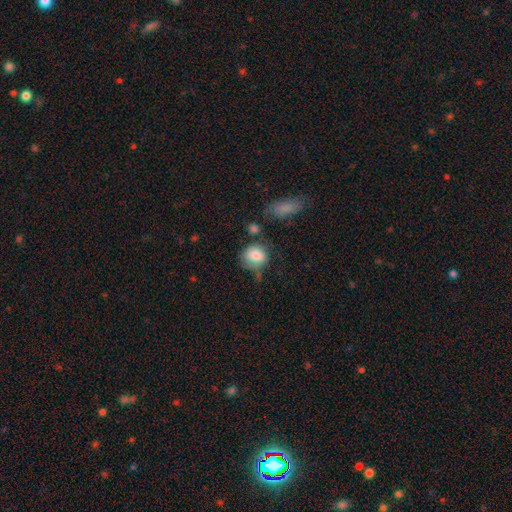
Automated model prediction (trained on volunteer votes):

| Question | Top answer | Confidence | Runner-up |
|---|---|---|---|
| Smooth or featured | smooth | 77% | featured or disk (15%) |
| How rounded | round | 67% | in between (32%) |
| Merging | none | 43% | minor disturbance (29%) |